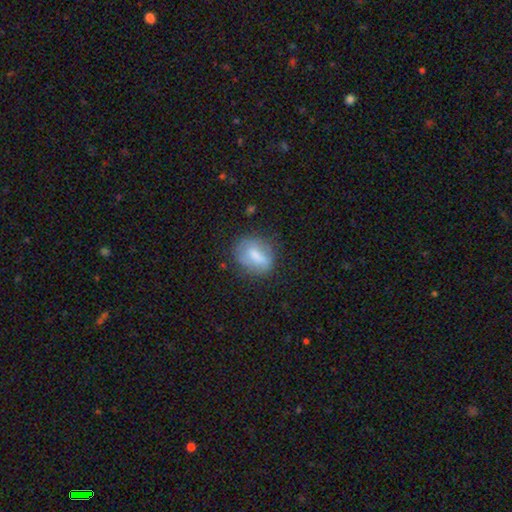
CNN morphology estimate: Smooth or featured?
  - smooth: 65% *
  - featured or disk: 27%
  - star or artifact: 8%
How rounded?
  - in between: 60% *
  - round: 38%
  - cigar-shaped: 3%
Merging?
  - none: 64% *
  - minor disturbance: 24%
  - major disturbance: 10%
  - merger: 3%